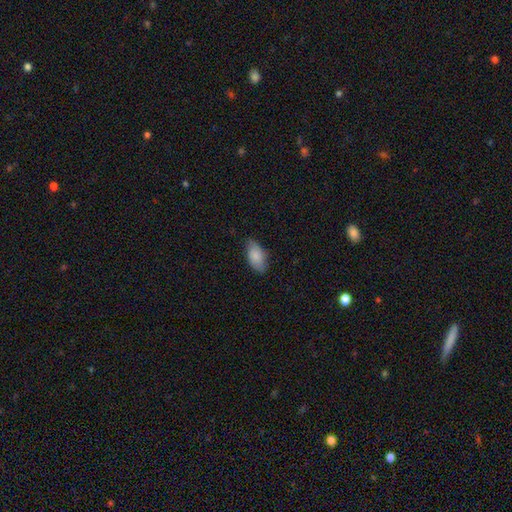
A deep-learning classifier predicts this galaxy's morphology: The model was most divided on "merging": none: 74%, minor disturbance: 21%, major disturbance: 4%, merger: 1%. More confident: how rounded — in between (94%); smooth or featured — smooth (83%).